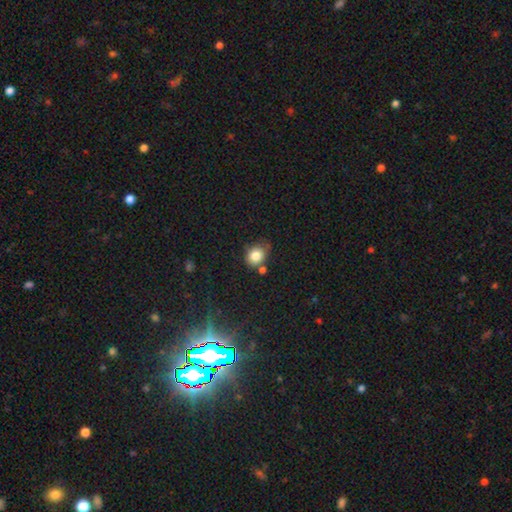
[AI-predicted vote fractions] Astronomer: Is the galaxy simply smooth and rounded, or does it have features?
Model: smooth — 82%.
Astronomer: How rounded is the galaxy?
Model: round — 62%.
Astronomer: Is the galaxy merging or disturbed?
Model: none — 61%.